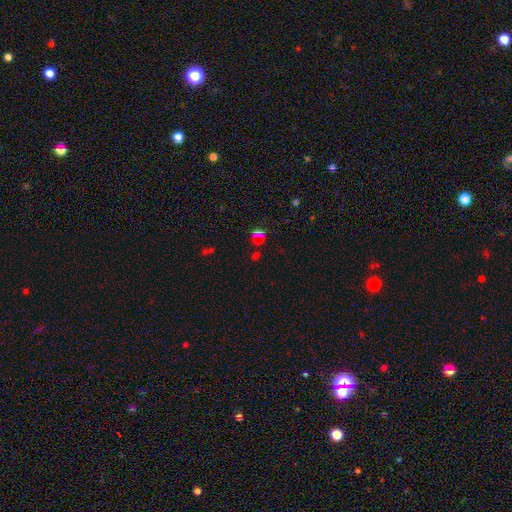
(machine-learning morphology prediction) A star or artifact, not a galaxy (61%).

Vote fractions:
- Smooth or featured? star or artifact: 61% / smooth: 31% / featured or disk: 8%